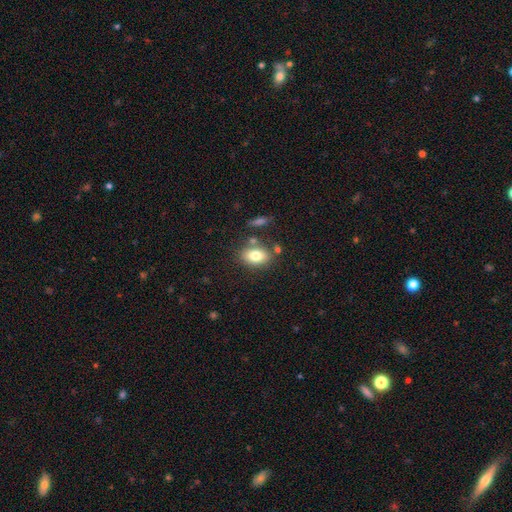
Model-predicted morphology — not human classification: A smooth galaxy with no disk features (80%) that is in between round and cigar-shaped (81%). Merging: none (74%).